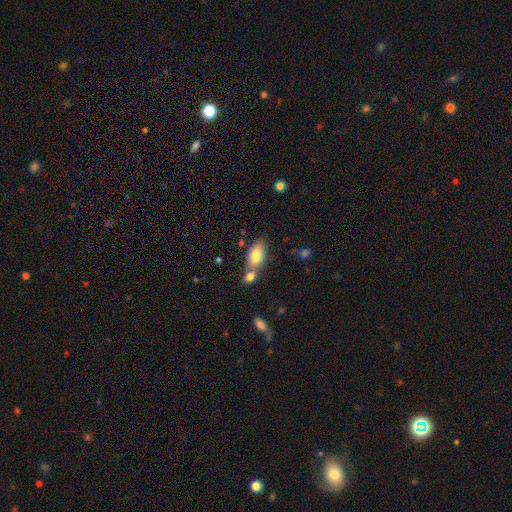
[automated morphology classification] This appears to be a smooth galaxy with no disk features (79%) that is in between round and cigar-shaped (90%). Merging: none (46%).